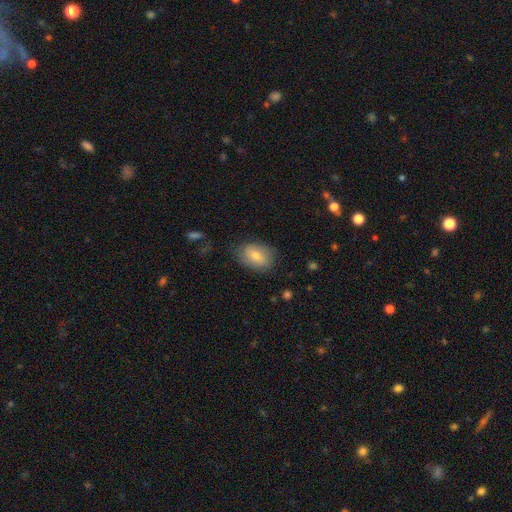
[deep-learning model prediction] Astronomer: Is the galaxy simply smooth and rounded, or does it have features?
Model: smooth — 61%.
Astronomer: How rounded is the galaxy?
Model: in between — 81%.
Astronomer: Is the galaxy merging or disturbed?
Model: none — 72%.